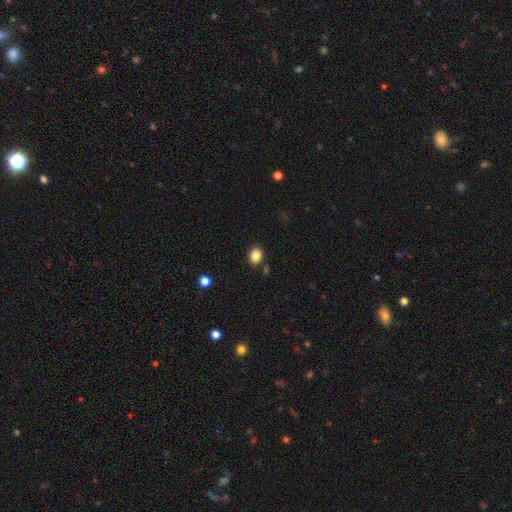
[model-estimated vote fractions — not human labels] smooth_or_featured: smooth (p=0.86) [alt: star or artifact p=0.10]
how_rounded: in between (p=0.58) [alt: round p=0.41]
merging: none (p=0.82) [alt: minor disturbance p=0.10]